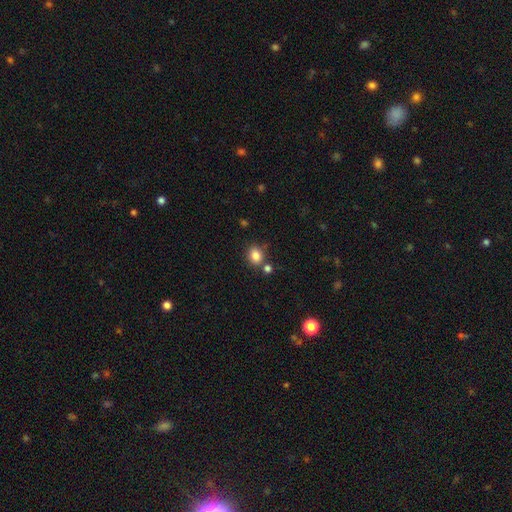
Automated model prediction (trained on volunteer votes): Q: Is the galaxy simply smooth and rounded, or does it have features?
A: smooth — 84%.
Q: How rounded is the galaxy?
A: round — 54%.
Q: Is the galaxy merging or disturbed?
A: none — 73%.